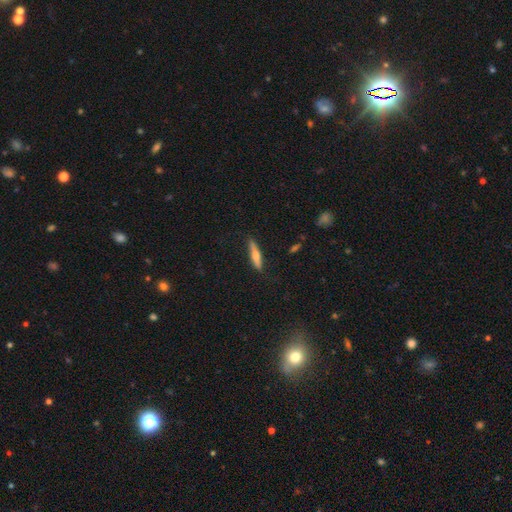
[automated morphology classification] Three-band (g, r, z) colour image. It shows a smooth galaxy with no disk features (59%) that is cigar-shaped (84%). Merging: none (83%).